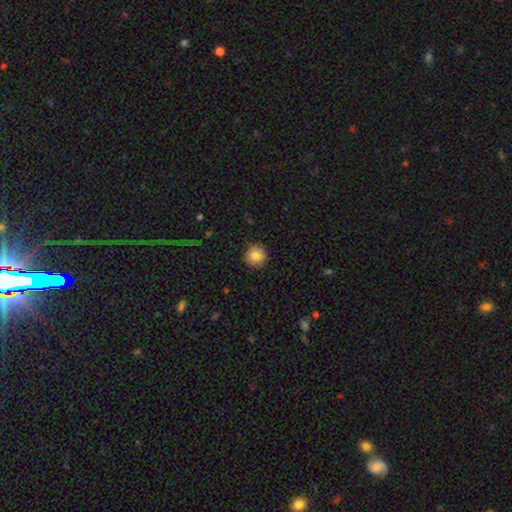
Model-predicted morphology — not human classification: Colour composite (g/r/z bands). It shows a smooth galaxy with no disk features (85%) that is round (94%). Merging: none (89%).